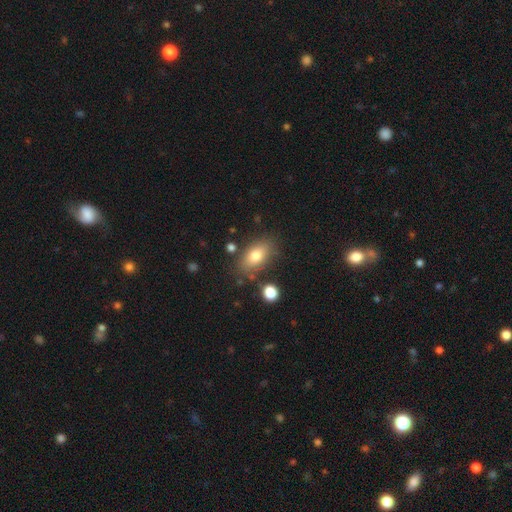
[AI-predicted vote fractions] smooth-or-featured: smooth: 77% | featured or disk: 14% | star or artifact: 8%
  how-rounded: in between: 88% | round: 9% | cigar-shaped: 3%
  merging: none: 77% | minor disturbance: 14% | merger: 5% | major disturbance: 4%